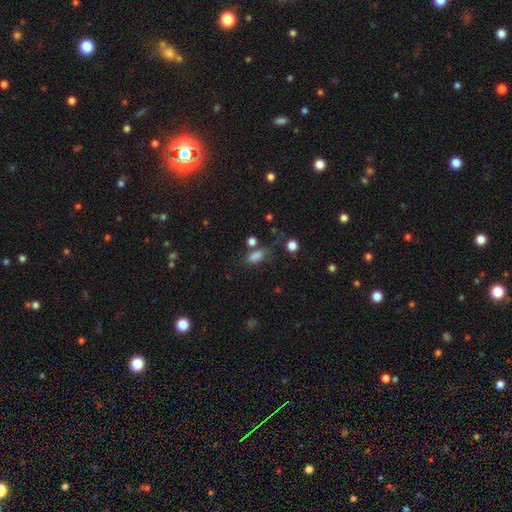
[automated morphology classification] smooth-or-featured: smooth: 82% | star or artifact: 12% | featured or disk: 7%
  how-rounded: in between: 81% | cigar-shaped: 12% | round: 7%
  merging: none: 58% | minor disturbance: 21% | merger: 11% | major disturbance: 10%